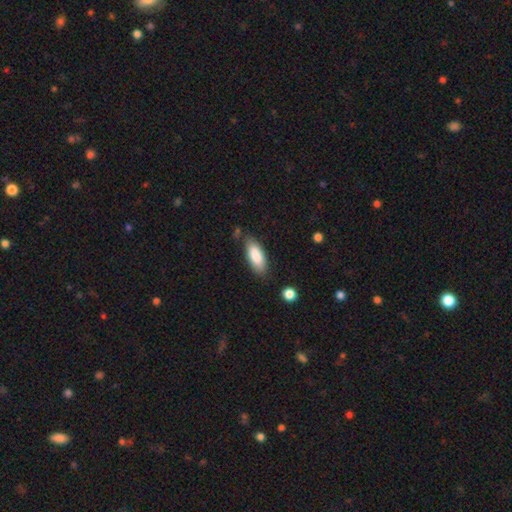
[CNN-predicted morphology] A smooth galaxy with no disk features (84%) that is in between round and cigar-shaped (78%).

Vote fractions:
- Smooth or featured? smooth: 84% / featured or disk: 10% / star or artifact: 6%
- How rounded? in between: 78% / cigar-shaped: 20% / round: 2%
- Merging? none: 76% / minor disturbance: 16% / merger: 4% / major disturbance: 4%